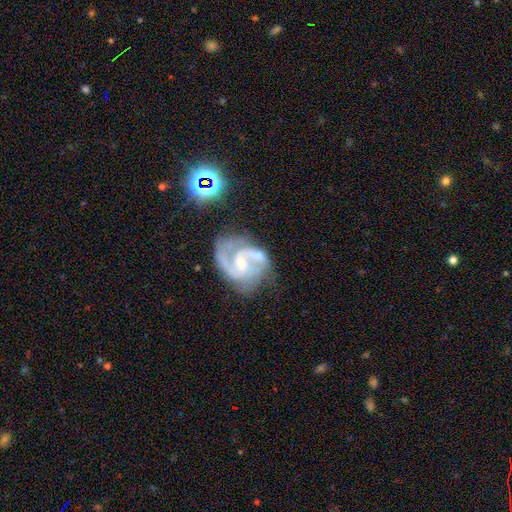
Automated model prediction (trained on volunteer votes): Smooth or featured: featured or disk — 89% (smooth — 6%)
Edge-on disk: no — 98% (yes — 2%)
Bar: weak — 51% (no — 32%)
Spiral arms: yes — 97% (no — 3%)
Spiral winding: medium — 58% (tight — 24%)
Spiral arm count: 2 — 77% (3 — 10%)
Bulge size: small — 61% (moderate — 31%)
Merging: none — 51% (minor disturbance — 23%)